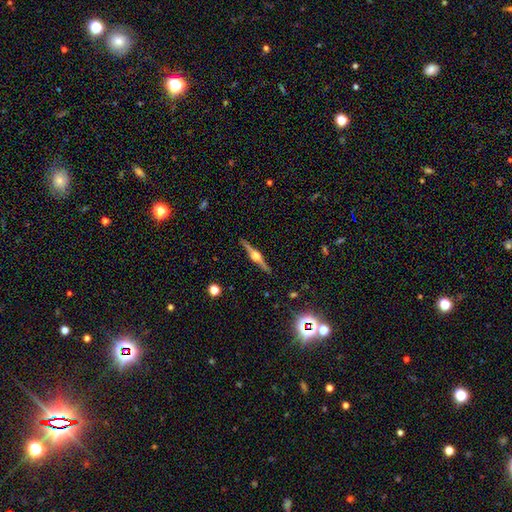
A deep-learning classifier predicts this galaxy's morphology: smooth_or_featured: featured or disk (p=0.85) [alt: smooth p=0.09]
disk_edge_on: yes (p=0.98) [alt: no p=0.02]
edge_on_bulge: rounded (p=0.92) [alt: boxy p=0.06]
merging: none (p=0.91) [alt: minor disturbance p=0.07]